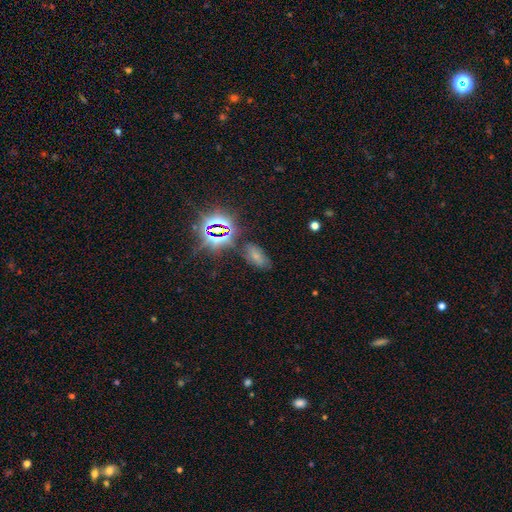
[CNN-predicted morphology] This appears to be a smooth galaxy with no disk features (48%). Merging: none (70%).